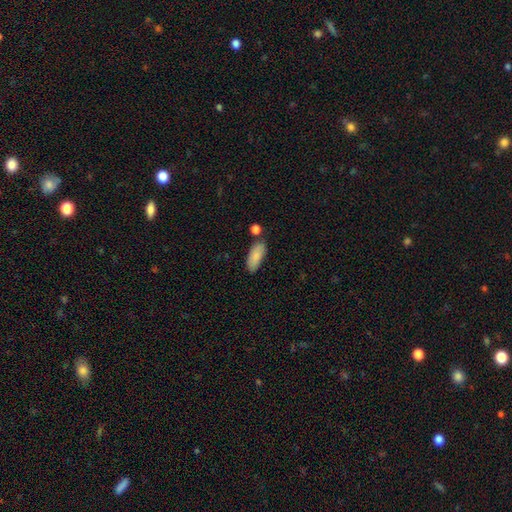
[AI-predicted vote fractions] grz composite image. It shows a smooth galaxy with no disk features (86%) that is in between round and cigar-shaped (81%). Merging: none (71%).